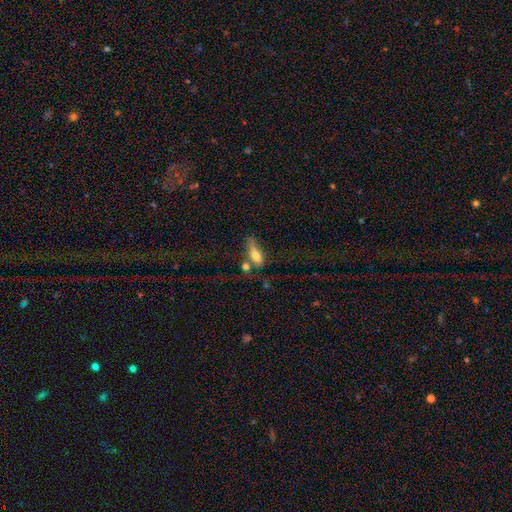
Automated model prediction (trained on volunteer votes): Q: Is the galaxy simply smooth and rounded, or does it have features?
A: smooth — 67%.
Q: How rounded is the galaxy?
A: in between — 56%.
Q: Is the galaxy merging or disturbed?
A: none — 36%.